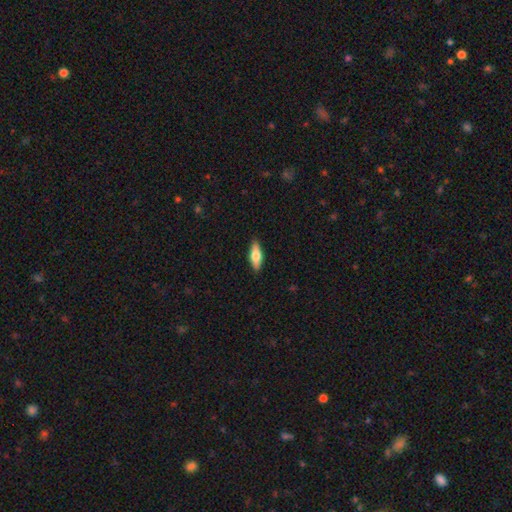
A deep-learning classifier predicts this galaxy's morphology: smooth 64%, featured or disk 31%, star or artifact 6%. Down the decision tree: how rounded — in between (63%); merging — none (89%).